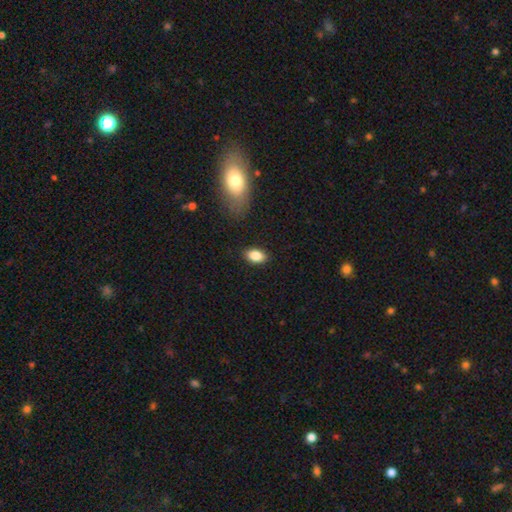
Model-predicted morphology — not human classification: The model was most divided on "smooth or featured": smooth: 86%, star or artifact: 8%, featured or disk: 5%. More confident: how rounded — in between (89%); merging — none (87%).